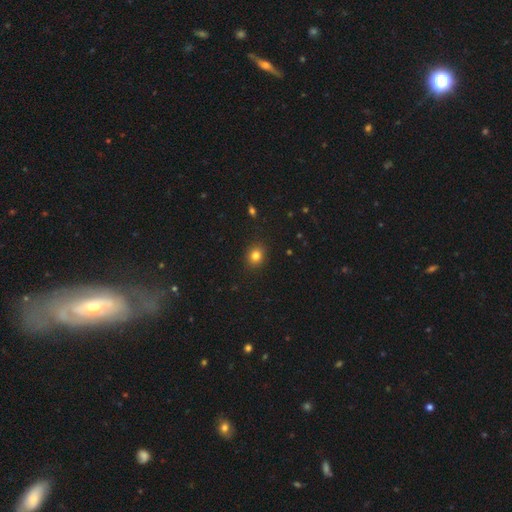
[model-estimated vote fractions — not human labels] A smooth galaxy with no disk features (82%) that is round (66%). Merging: none (89%).